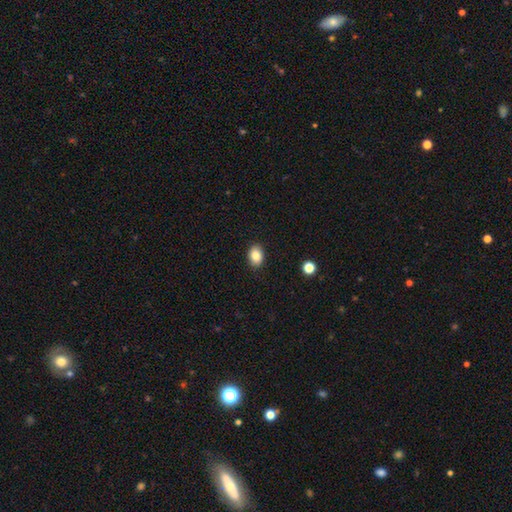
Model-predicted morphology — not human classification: Smooth or featured? Predicted: smooth (p=0.85). How rounded? Predicted: in between (p=0.74). Merging? Predicted: none (p=0.89).